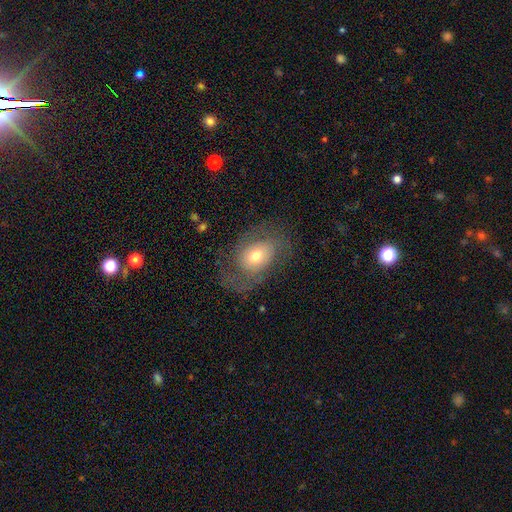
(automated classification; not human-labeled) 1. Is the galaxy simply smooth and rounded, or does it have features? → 54% featured or disk, 37% smooth, 9% star or artifact.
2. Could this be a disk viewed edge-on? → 95% no, 5% yes.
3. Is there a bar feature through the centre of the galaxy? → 74% no, 21% weak, 5% strong.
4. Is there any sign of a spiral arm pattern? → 74% yes, 26% no.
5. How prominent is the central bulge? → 68% moderate, 20% small, 9% large, 2% dominant, 1% none.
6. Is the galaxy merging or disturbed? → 61% none, 20% minor disturbance, 18% major disturbance, 1% merger.